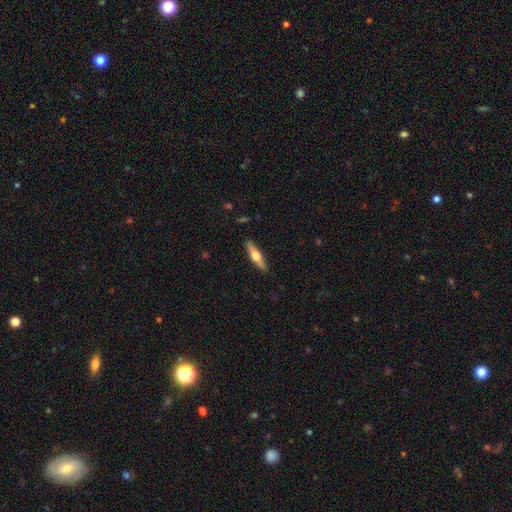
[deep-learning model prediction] This is possibly a featured or disk galaxy (52%). It is clearly viewed edge-on (94%). Merging: clearly none (89%).